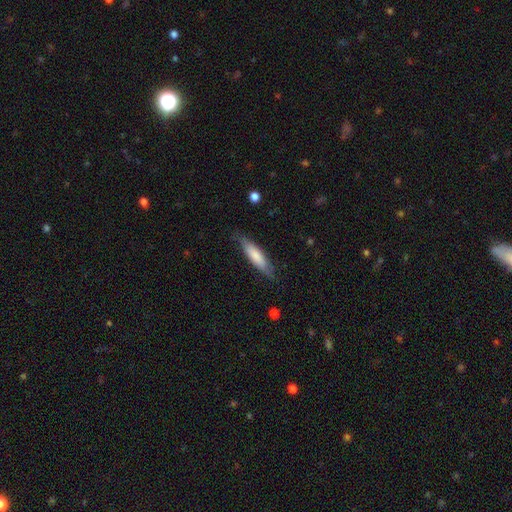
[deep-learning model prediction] A smooth galaxy with no disk features (74%) that is cigar-shaped (70%).

Vote fractions:
- Smooth or featured? smooth: 74% / featured or disk: 21% / star or artifact: 5%
- How rounded? cigar-shaped: 70% / in between: 29% / round: 1%
- Merging? none: 79% / minor disturbance: 17% / major disturbance: 3% / merger: 1%